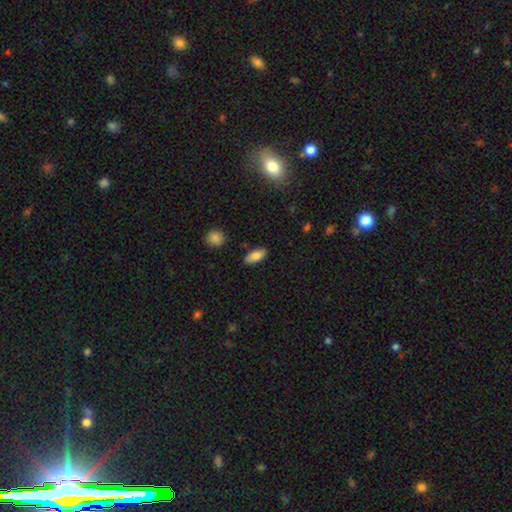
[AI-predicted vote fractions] smooth_or_featured: smooth (p=0.84) [alt: featured or disk p=0.09]
how_rounded: in between (p=0.87) [alt: cigar-shaped p=0.10]
merging: none (p=0.84) [alt: minor disturbance p=0.11]